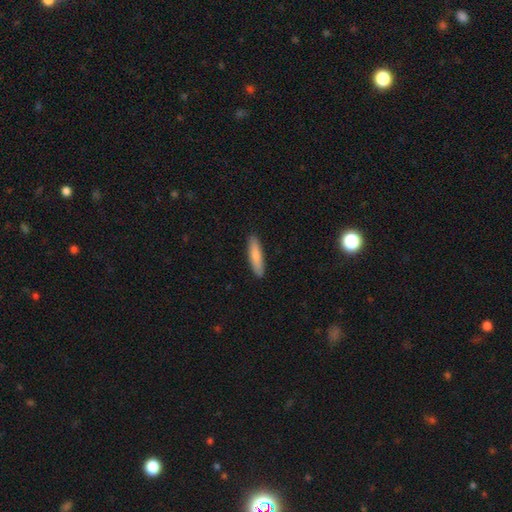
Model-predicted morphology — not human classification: smooth-or-featured: smooth: 81% | featured or disk: 13% | star or artifact: 5%
  how-rounded: cigar-shaped: 78% | in between: 20% | round: 1%
  merging: none: 90% | minor disturbance: 8% | major disturbance: 2% | merger: 1%